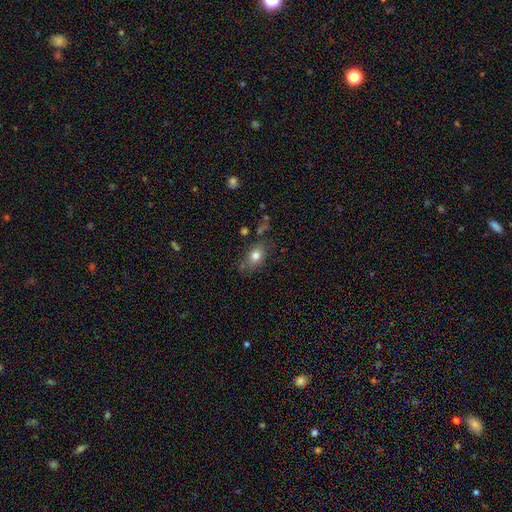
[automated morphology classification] Overall: smooth (78%). How rounded: in between (75%). Merging: none (71%).